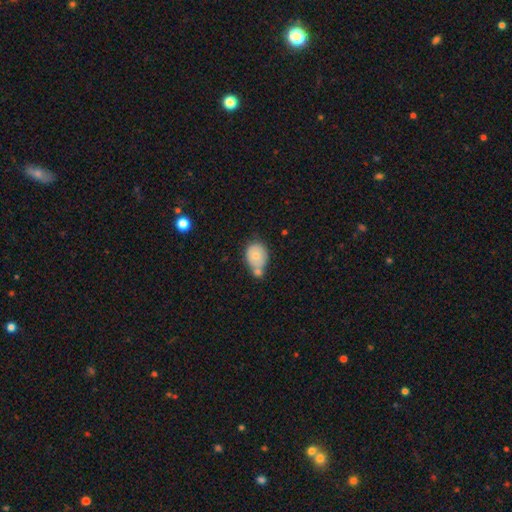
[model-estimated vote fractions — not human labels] The model was most divided on "merging": merger: 42%, none: 35%, minor disturbance: 17%, major disturbance: 6%. More confident: smooth or featured — smooth (68%); how rounded — round (55%).